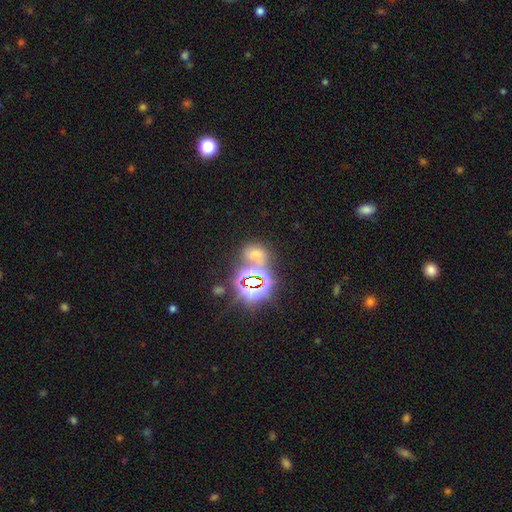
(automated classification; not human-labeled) smooth-or-featured: star or artifact: 60% | smooth: 30% | featured or disk: 10%